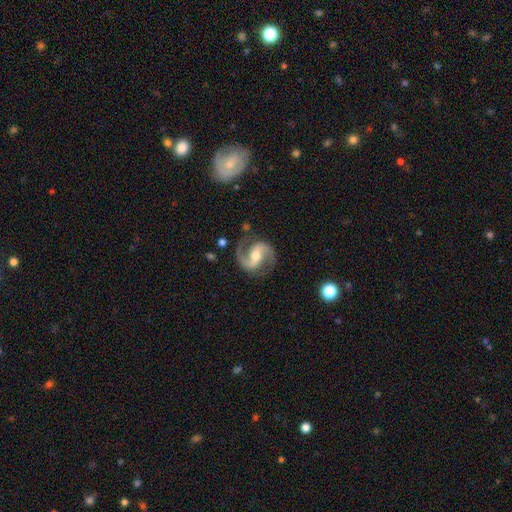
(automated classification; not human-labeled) A featured or disk galaxy (91%) with a weak bar (43%), 2 (93%) medium (61%) spiral arms (98%) and a moderate central bulge (66%).

Vote fractions:
- Smooth or featured? featured or disk: 91% / star or artifact: 4% / smooth: 4%
- Edge-on disk? no: 98% / yes: 2%
- Bar? weak: 43% / strong: 34% / no: 23%
- Spiral arms? yes: 98% / no: 2%
- Spiral winding? medium: 61% / loose: 24% / tight: 15%
- Spiral arm count? 2: 93% / 1: 2% / can't tell: 2% / 3: 1% / 4: 1% / more than 4: 1%
- Bulge size? moderate: 66% / small: 24% / large: 7% / none: 2% / dominant: 1%
- Merging? none: 81% / minor disturbance: 12% / major disturbance: 5% / merger: 2%